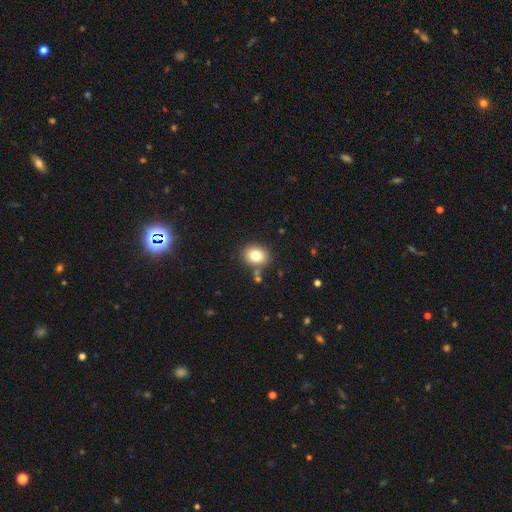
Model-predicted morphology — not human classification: smooth-or-featured: smooth: 82% | star or artifact: 10% | featured or disk: 8%
  how-rounded: in between: 54% | round: 45% | cigar-shaped: 1%
  merging: none: 81% | minor disturbance: 11% | merger: 6% | major disturbance: 3%